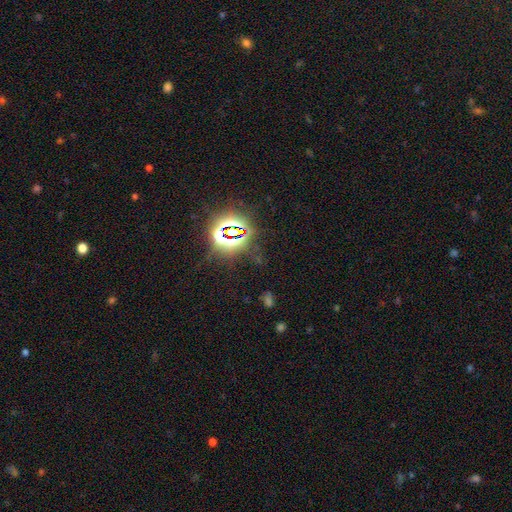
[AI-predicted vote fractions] A star or artifact, not a galaxy (80%).

Vote fractions:
- Smooth or featured? star or artifact: 80% / smooth: 12% / featured or disk: 8%